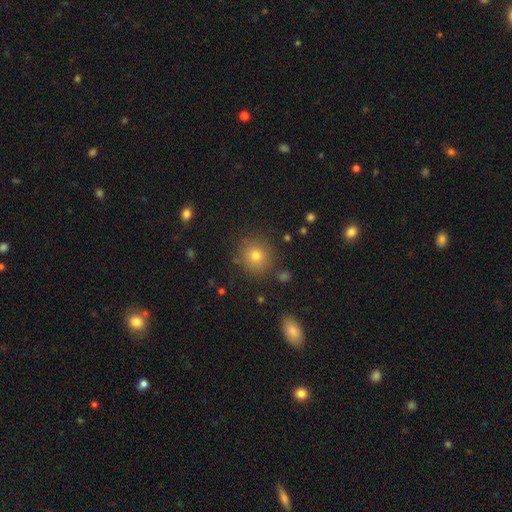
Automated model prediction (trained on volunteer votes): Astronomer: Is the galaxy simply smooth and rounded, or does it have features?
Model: smooth — 76%.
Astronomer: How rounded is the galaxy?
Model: round — 90%.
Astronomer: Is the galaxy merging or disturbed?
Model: none — 87%.